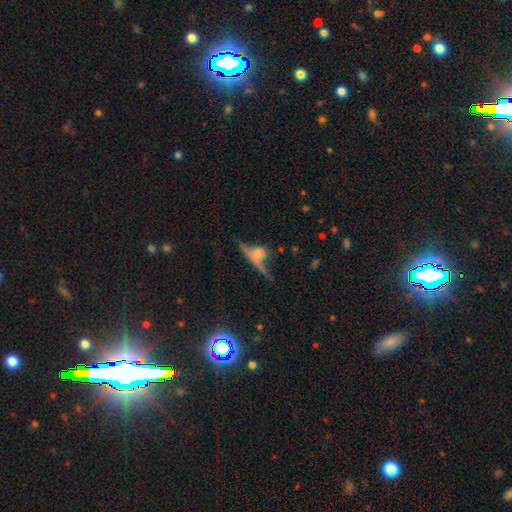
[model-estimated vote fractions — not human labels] featured or disk 48%, smooth 38%, star or artifact 14%. Down the decision tree: merging — none (37%).